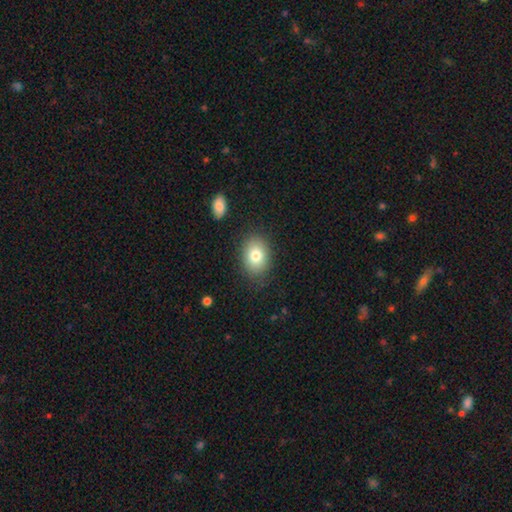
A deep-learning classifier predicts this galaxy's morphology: Smooth or featured? smooth (80%)
How rounded? in between (72%)
Merging? none (83%)